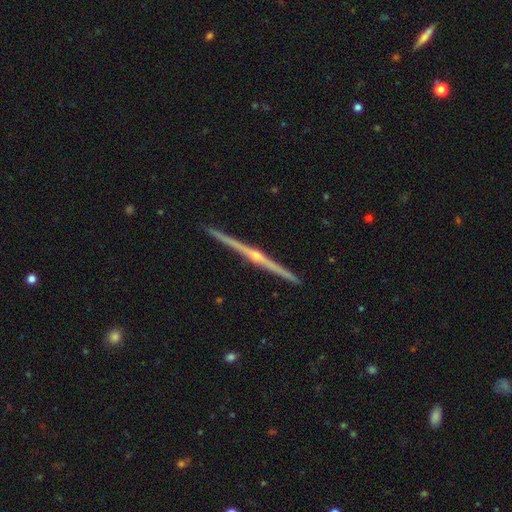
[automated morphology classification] The model was most divided on "edge-on bulge": rounded: 84%, none: 12%, boxy: 5%. More confident: edge-on disk — yes (99%); merging — none (93%); smooth or featured — featured or disk (88%).